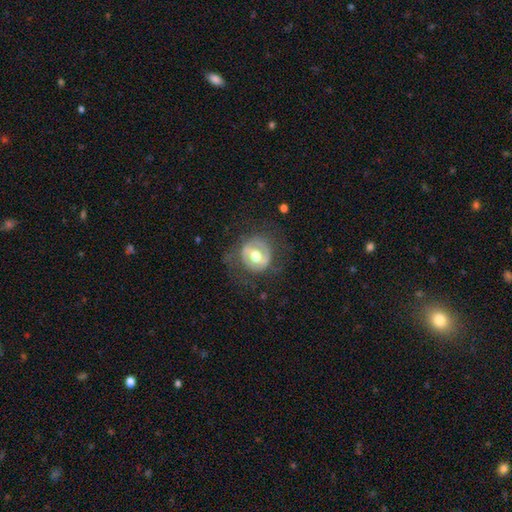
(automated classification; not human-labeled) smooth-or-featured: featured or disk: 67% | smooth: 28% | star or artifact: 6%
  disk-edge-on: no: 96% | yes: 4%
    bar: weak: 39% | strong: 37% | no: 24%
    has-spiral-arms: no: 50% (tied) | yes: 50% (tied)
    bulge-size: moderate: 72% | large: 18% | small: 8% | dominant: 1% | none: 1%
  merging: none: 66% | minor disturbance: 18% | major disturbance: 15% | merger: 1%